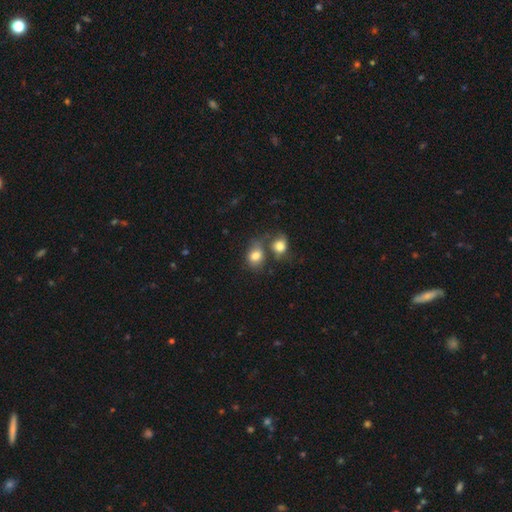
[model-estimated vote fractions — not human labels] smooth 80%, featured or disk 10%, star or artifact 10%. Down the decision tree: how rounded — in between (50%); merging — merger (42%).